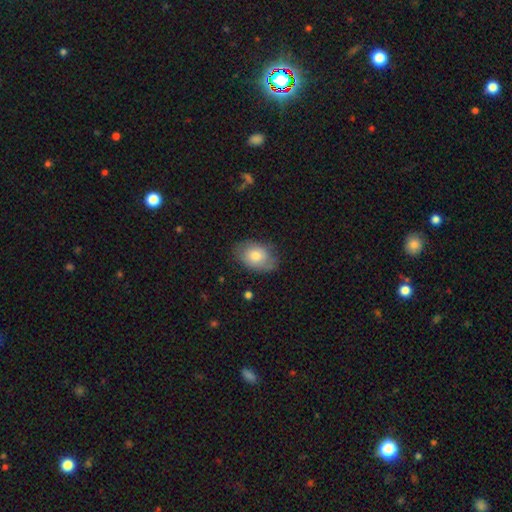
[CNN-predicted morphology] smooth_or_featured: smooth (p=0.73) [alt: featured or disk p=0.20]
how_rounded: in between (p=0.80) [alt: round p=0.19]
merging: none (p=0.72) [alt: minor disturbance p=0.22]